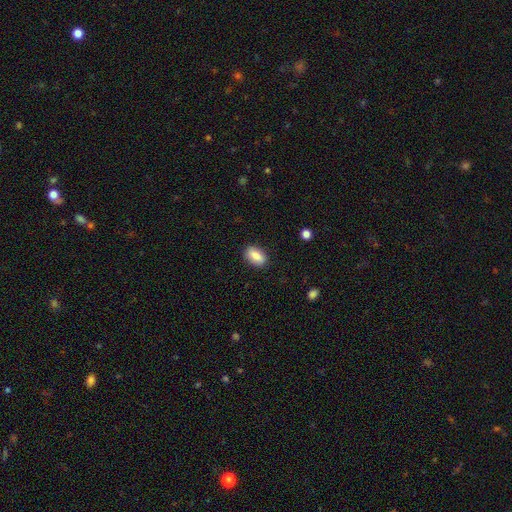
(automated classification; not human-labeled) This appears to be a smooth galaxy with no disk features (84%) that is in between round and cigar-shaped (88%). Merging: none (88%).